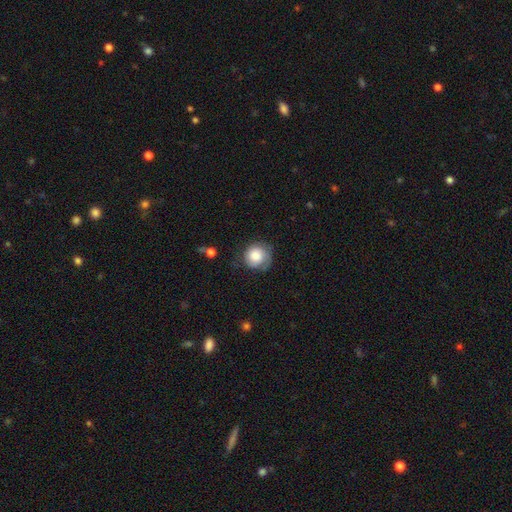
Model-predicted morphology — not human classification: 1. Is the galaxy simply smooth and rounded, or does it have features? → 70% smooth, 23% featured or disk, 7% star or artifact.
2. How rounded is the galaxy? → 87% round, 12% in between, 1% cigar-shaped.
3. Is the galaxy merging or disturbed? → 57% none, 27% minor disturbance, 13% major disturbance, 2% merger.